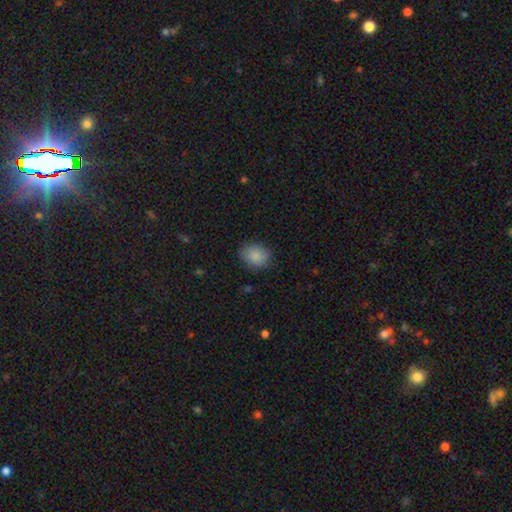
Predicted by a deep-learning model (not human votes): A smooth galaxy with no disk features (87%) that is round (53%). Merging: none (83%).